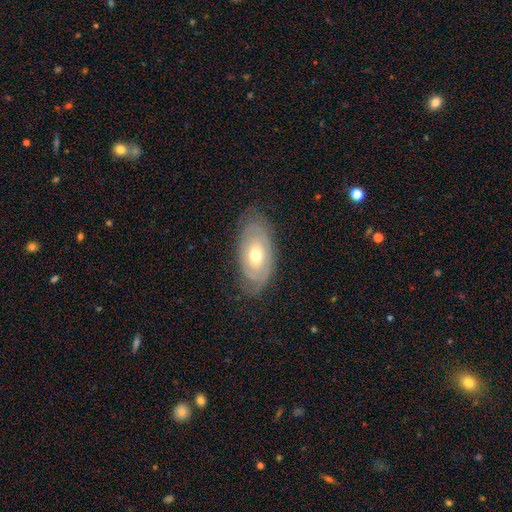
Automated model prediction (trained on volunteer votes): smooth_or_featured: featured or disk (p=0.71) [alt: smooth p=0.23]
disk_edge_on: no (p=0.90) [alt: yes p=0.10]
bar: no (p=0.83) [alt: weak p=0.13]
has_spiral_arms: yes (p=0.73) [alt: no p=0.27]
bulge_size: moderate (p=0.64) [alt: small p=0.31]
merging: none (p=0.76) [alt: minor disturbance p=0.17]